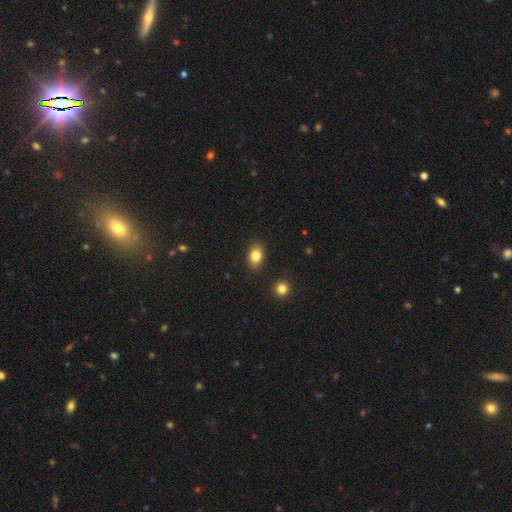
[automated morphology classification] Smooth or featured: smooth — 83% (star or artifact — 9%)
How rounded: in between — 77% (round — 22%)
Merging: none — 87% (minor disturbance — 9%)